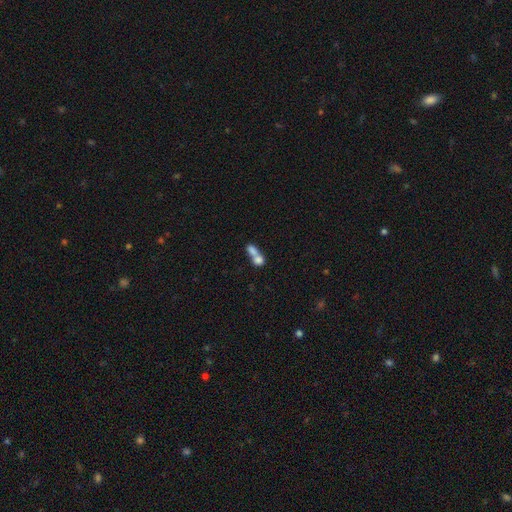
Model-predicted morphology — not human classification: A smooth galaxy with no disk features (72%) that is in between round and cigar-shaped (56%). Merging: merger (76%).